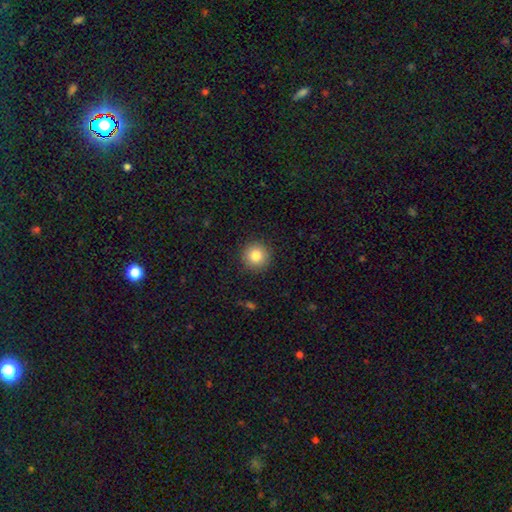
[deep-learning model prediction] Smooth or featured: smooth — 83% (star or artifact — 10%)
How rounded: round — 95% (in between — 4%)
Merging: none — 91% (minor disturbance — 6%)